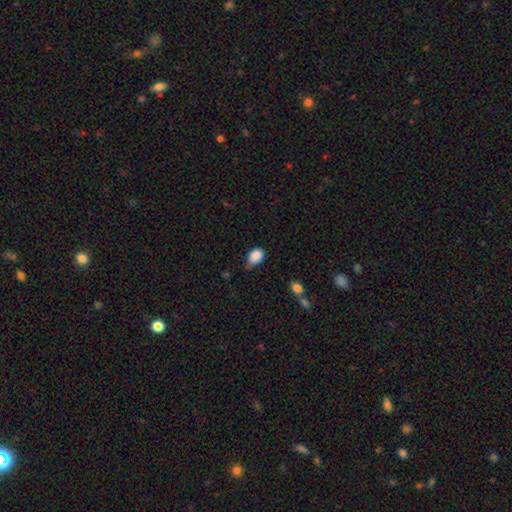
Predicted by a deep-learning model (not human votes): The model was most divided on "merging": none: 48%, minor disturbance: 41%, major disturbance: 8%, merger: 3%. More confident: smooth or featured — smooth (87%); how rounded — in between (77%).